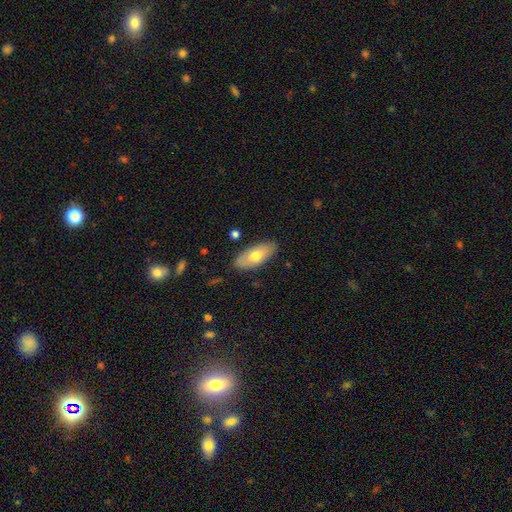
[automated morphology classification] smooth_or_featured: smooth (p=0.68) [alt: featured or disk p=0.27]
how_rounded: in between (p=0.87) [alt: cigar-shaped p=0.11]
merging: none (p=0.85) [alt: minor disturbance p=0.11]